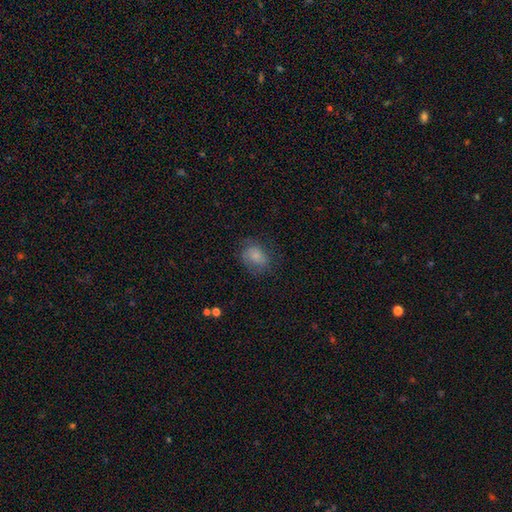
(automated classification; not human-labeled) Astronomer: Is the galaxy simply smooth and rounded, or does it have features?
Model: smooth — 73%.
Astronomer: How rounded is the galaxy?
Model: in between — 51% (runner-up: round, 48%).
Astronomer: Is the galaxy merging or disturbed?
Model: none — 63%.